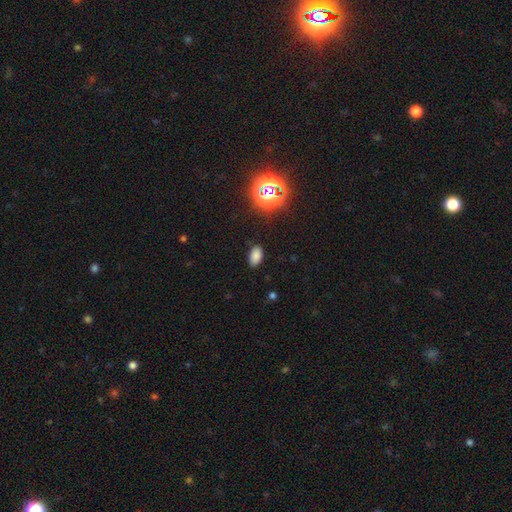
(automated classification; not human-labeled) smooth_or_featured: smooth (p=0.78) [alt: star or artifact p=0.17]
how_rounded: in between (p=0.93) [alt: round p=0.06]
merging: none (p=0.86) [alt: minor disturbance p=0.10]